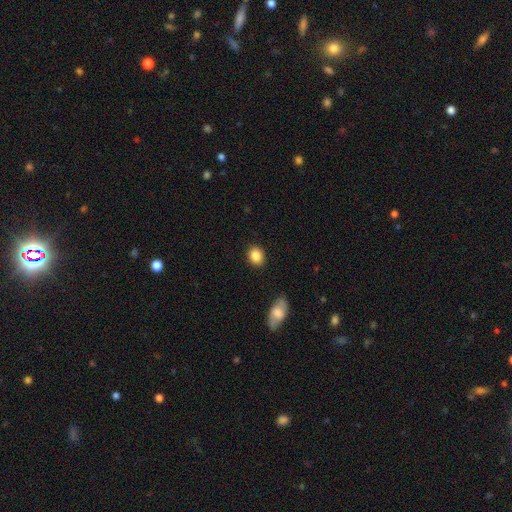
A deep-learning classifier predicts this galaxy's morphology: smooth_or_featured: smooth (p=0.87) [alt: star or artifact p=0.08]
how_rounded: round (p=0.51) [alt: in between p=0.47]
merging: none (p=0.88) [alt: minor disturbance p=0.08]